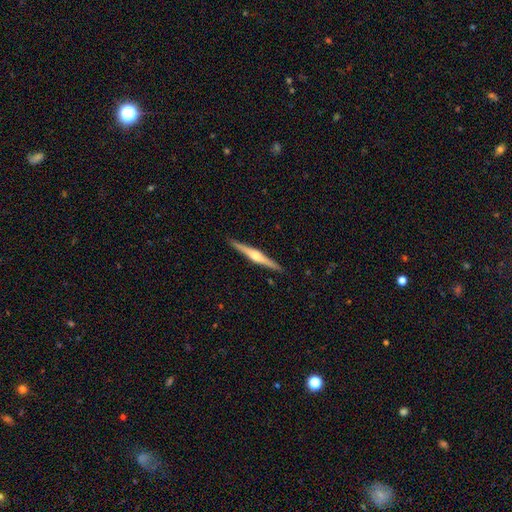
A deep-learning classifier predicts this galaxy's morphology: type=featured or disk (76%); edge-on=yes (98%); edge-on bulge=rounded (90%); merging=none (92%).